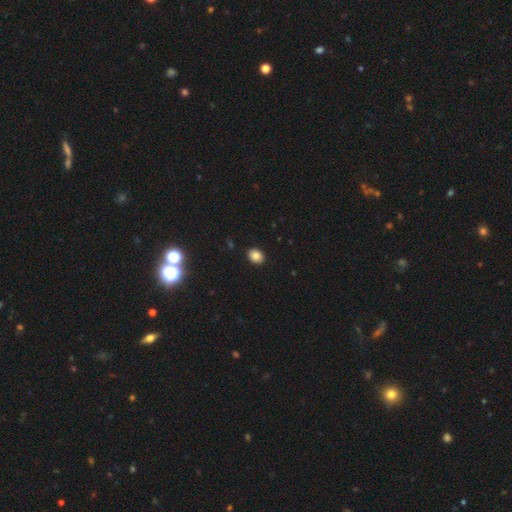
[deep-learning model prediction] A smooth galaxy with no disk features (82%) that is in between round and cigar-shaped (62%).

Vote fractions:
- Smooth or featured? smooth: 82% / star or artifact: 11% / featured or disk: 6%
- How rounded? in between: 62% / round: 37% / cigar-shaped: 1%
- Merging? none: 91% / minor disturbance: 7% / major disturbance: 2% / merger: 1%